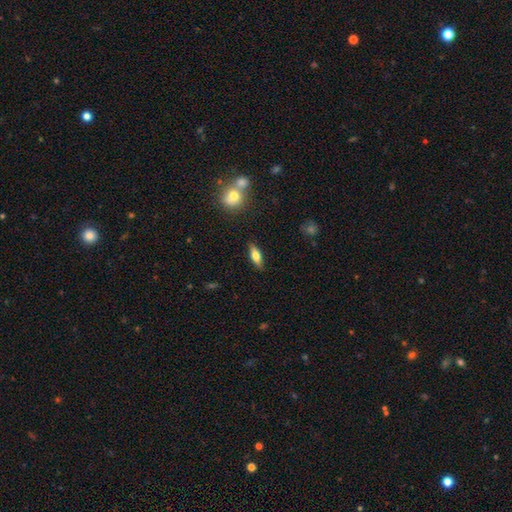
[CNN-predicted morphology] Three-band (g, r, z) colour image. It shows a smooth galaxy with no disk features (59%) that is in between round and cigar-shaped (60%). Merging: none (86%).